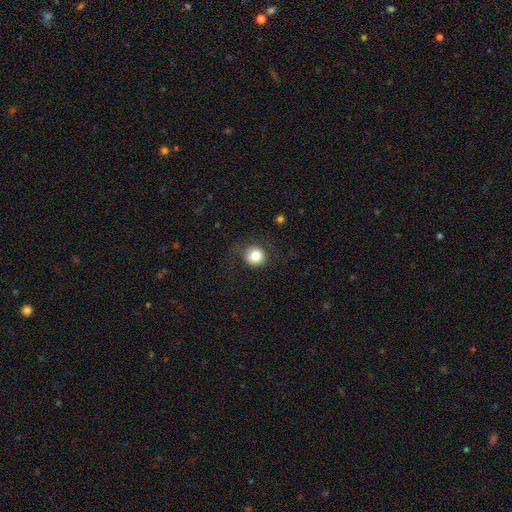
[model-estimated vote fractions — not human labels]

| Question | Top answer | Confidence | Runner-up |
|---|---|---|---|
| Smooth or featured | smooth | 80% | star or artifact (10%) |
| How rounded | round | 92% | in between (8%) |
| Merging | none | 81% | minor disturbance (11%) |